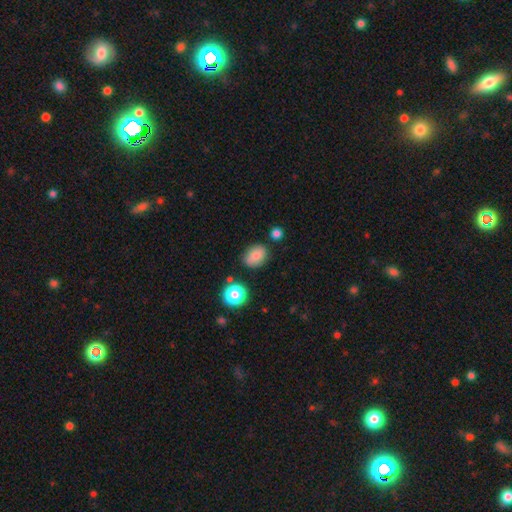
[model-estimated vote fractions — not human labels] smooth-or-featured: smooth: 82% | star or artifact: 10% | featured or disk: 7%
  how-rounded: in between: 72% | round: 27% | cigar-shaped: 1%
  merging: none: 77% | minor disturbance: 16% | merger: 4% | major disturbance: 4%